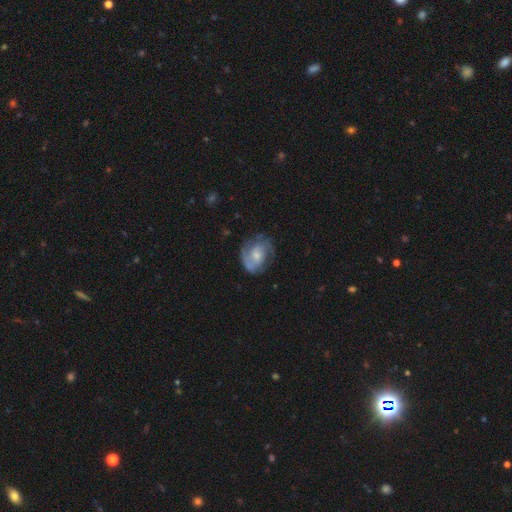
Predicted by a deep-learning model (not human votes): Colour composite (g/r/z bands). It shows a featured or disk galaxy (66%) with no bar (57%), 2 (61%) medium (44%) spiral arms (86%) and a small central bulge (48%). Merging: none (64%).